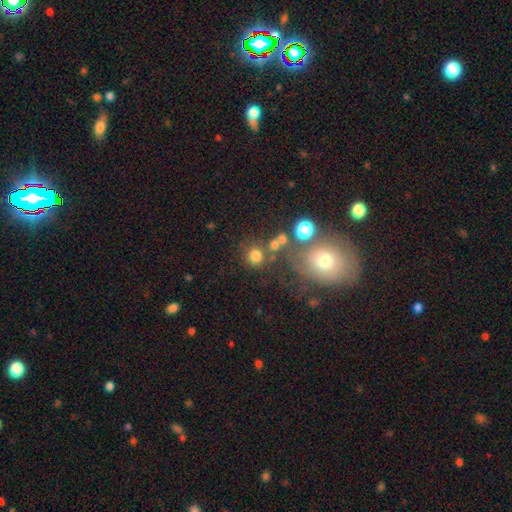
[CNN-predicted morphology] Smooth or featured? Predicted: smooth (p=0.76). How rounded? Predicted: round (p=0.90). Merging? Predicted: none (p=0.70).